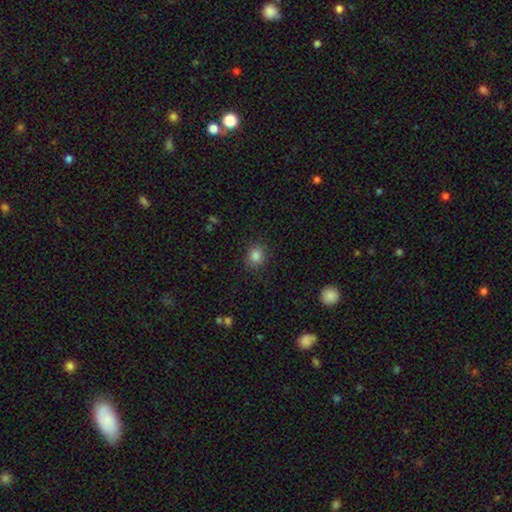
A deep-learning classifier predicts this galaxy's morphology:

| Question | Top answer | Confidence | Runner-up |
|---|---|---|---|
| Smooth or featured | smooth | 85% | star or artifact (11%) |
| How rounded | round | 79% | in between (20%) |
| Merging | none | 87% | minor disturbance (9%) |